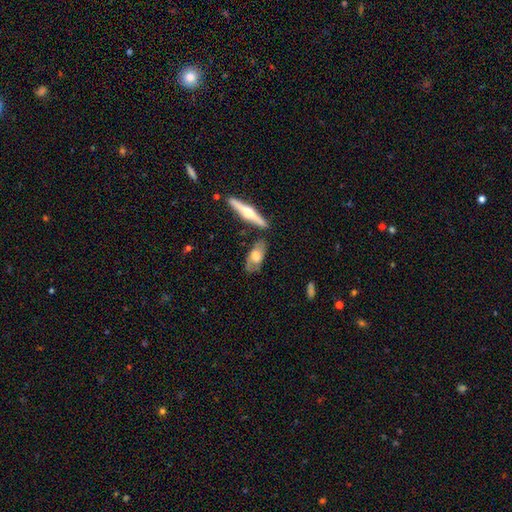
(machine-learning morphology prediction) A featured or disk galaxy (56%) viewed edge-on (53%). Merging: none (69%).